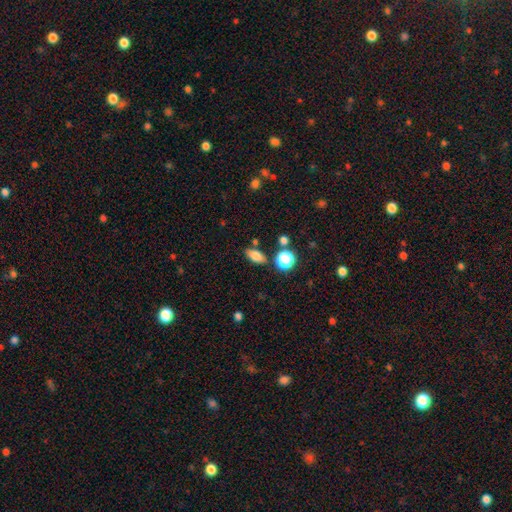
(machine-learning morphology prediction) Smooth or featured: smooth — 78% (star or artifact — 12%)
How rounded: in between — 80% (round — 11%)
Merging: none — 79% (minor disturbance — 12%)